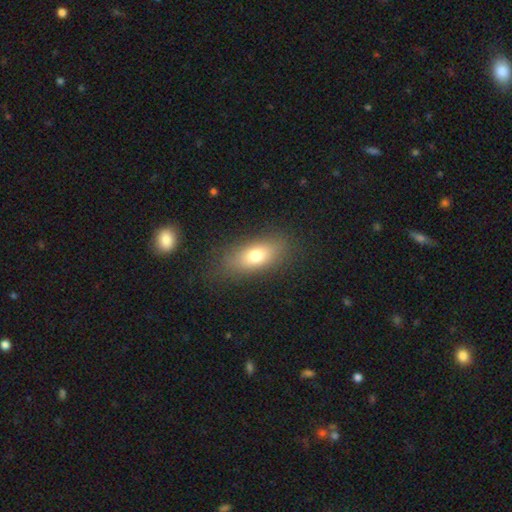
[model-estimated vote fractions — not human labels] Overall: smooth (73%). How rounded: in between (79%). Merging: none (79%).